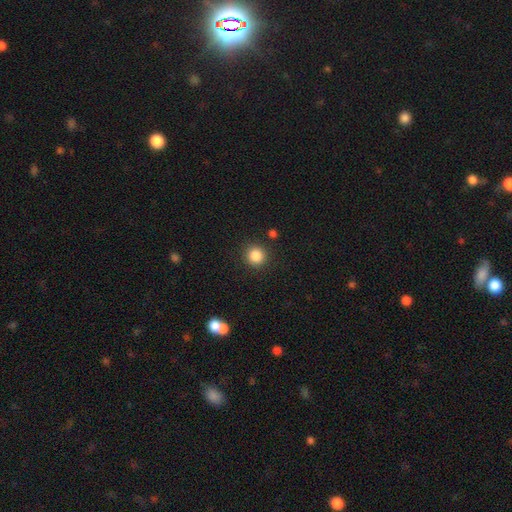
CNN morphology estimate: A smooth galaxy with no disk features (85%) that is round (92%).

Vote fractions:
- Smooth or featured? smooth: 85% / star or artifact: 10% / featured or disk: 4%
- How rounded? round: 92% / in between: 7% / cigar-shaped: 1%
- Merging? none: 88% / minor disturbance: 6% / merger: 3% / major disturbance: 3%